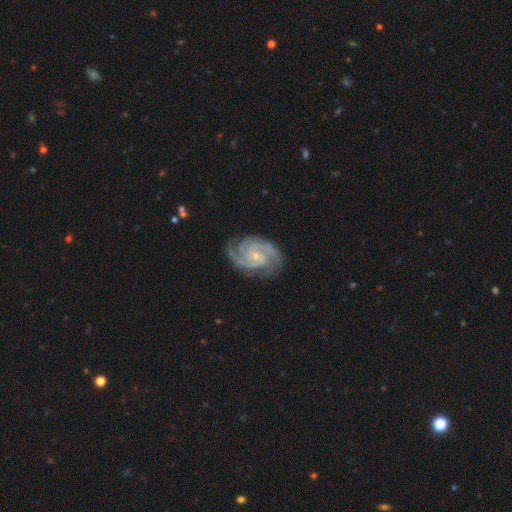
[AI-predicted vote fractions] A featured or disk galaxy (93%) with no bar (63%), 3 (40%) tight (56%) spiral arms (99%) and a small central bulge (78%). Merging: none (79%).